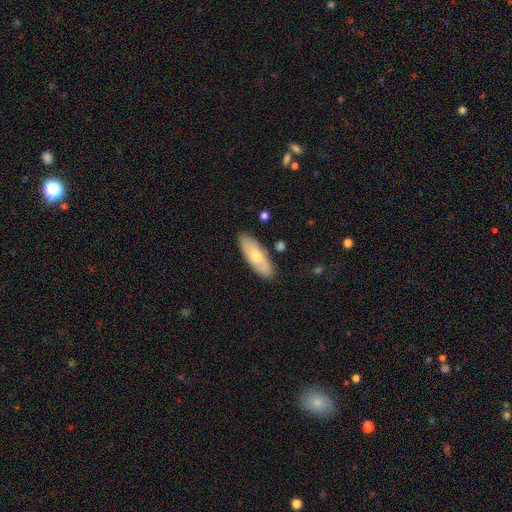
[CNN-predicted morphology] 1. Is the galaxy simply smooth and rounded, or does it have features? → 61% smooth, 32% featured or disk, 6% star or artifact.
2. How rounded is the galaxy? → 66% in between, 32% cigar-shaped, 2% round.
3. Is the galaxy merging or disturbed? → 84% none, 11% minor disturbance, 3% merger, 2% major disturbance.